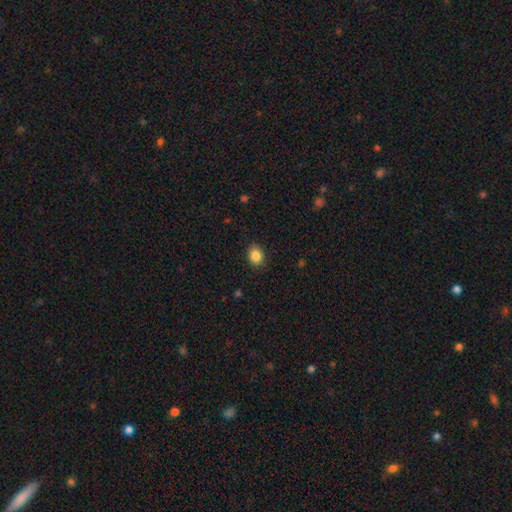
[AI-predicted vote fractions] Smooth or featured? Predicted: smooth (p=0.86). How rounded? Predicted: in between (p=0.56). Merging? Predicted: none (p=0.87).